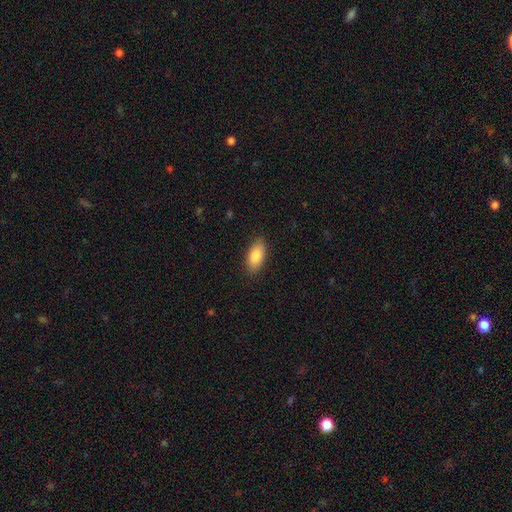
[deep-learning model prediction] smooth 86%, featured or disk 8%, star or artifact 6%. Down the decision tree: how rounded — in between (88%); merging — none (88%).